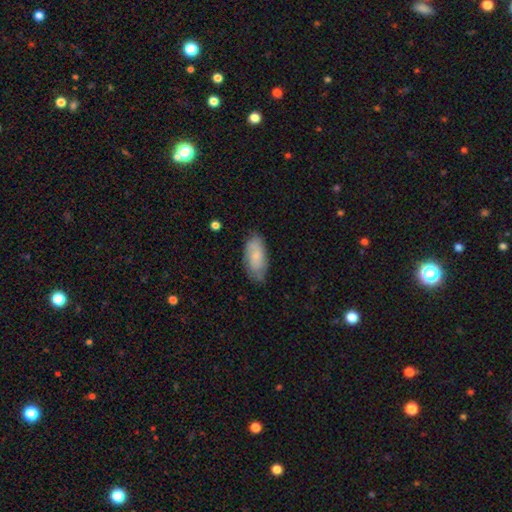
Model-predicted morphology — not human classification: smooth_or_featured: smooth (p=0.67) [alt: featured or disk p=0.26]
how_rounded: in between (p=0.89) [alt: cigar-shaped p=0.09]
merging: none (p=0.74) [alt: minor disturbance p=0.21]